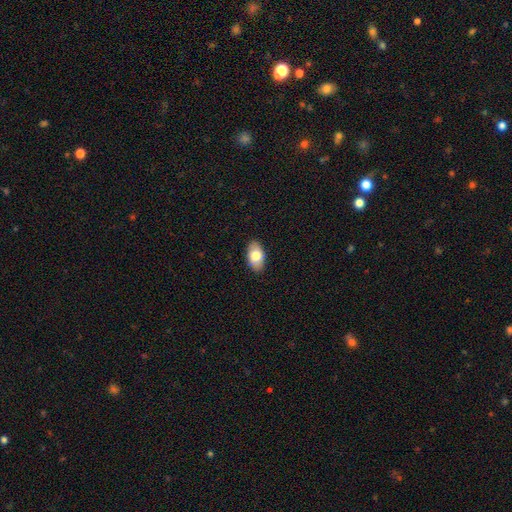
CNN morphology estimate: Overall: smooth (78%). How rounded: in between (93%). Merging: none (87%).